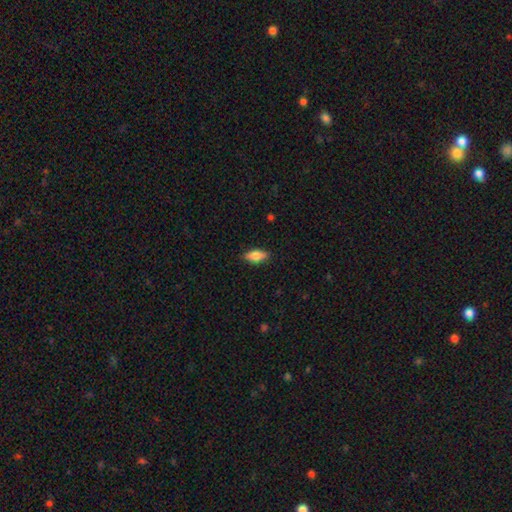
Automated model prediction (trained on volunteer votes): Overall: smooth (75%). How rounded: in between (81%). Merging: none (87%).